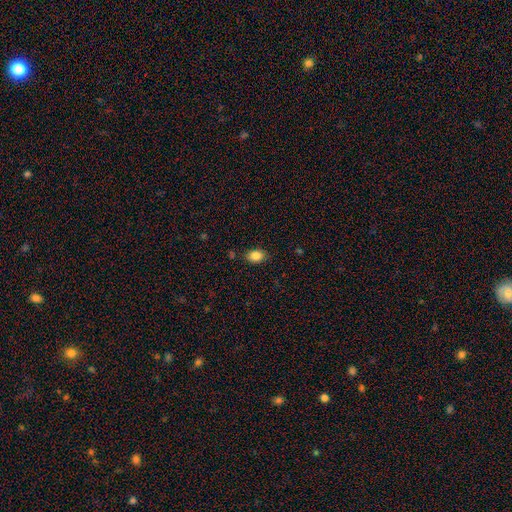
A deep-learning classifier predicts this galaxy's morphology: Smooth or featured? smooth (85%)
How rounded? in between (79%)
Merging? none (83%)